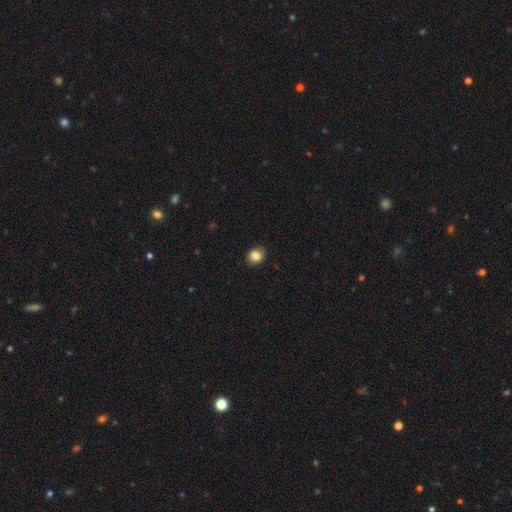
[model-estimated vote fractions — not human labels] smooth-or-featured: smooth: 84% | star or artifact: 9% | featured or disk: 6%
  how-rounded: round: 65% | in between: 34% | cigar-shaped: 1%
  merging: none: 89% | minor disturbance: 8% | major disturbance: 2% | merger: 1%